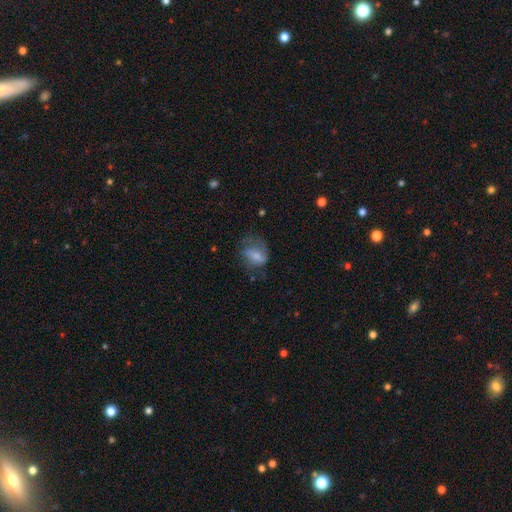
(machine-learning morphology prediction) Q: Smooth or featured?
A: smooth (53%); runner-up: featured or disk (38%)
Q: How rounded?
A: in between (70%); runner-up: round (27%)
Q: Merging?
A: none (38%); runner-up: major disturbance (32%)